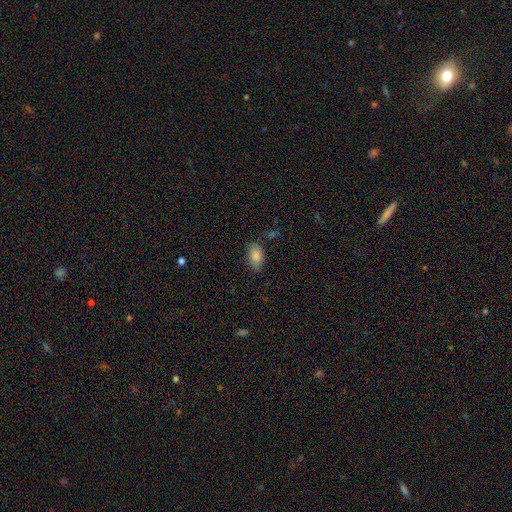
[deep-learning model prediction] The model was most divided on "merging": none: 77%, minor disturbance: 17%, major disturbance: 4%, merger: 2%. More confident: how rounded — in between (92%); smooth or featured — smooth (86%).